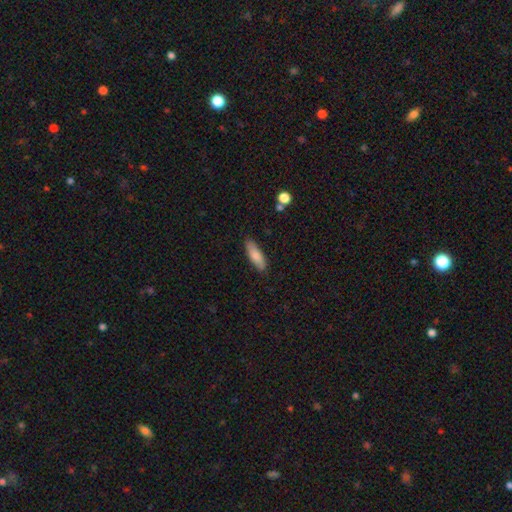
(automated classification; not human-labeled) Smooth or featured? smooth (82%)
How rounded? cigar-shaped (49%, tied with in between)
Merging? none (85%)